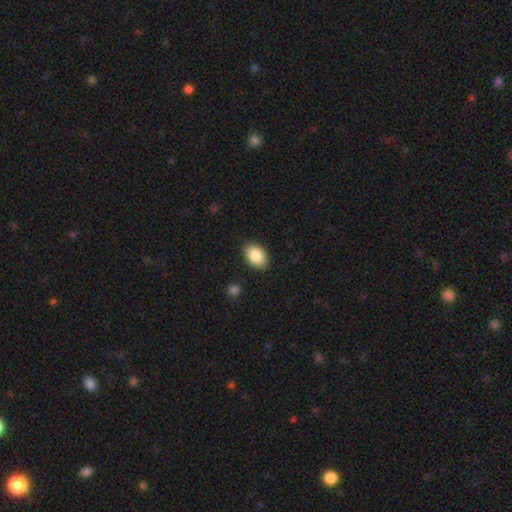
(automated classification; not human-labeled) Q: Smooth or featured?
A: smooth (86%); runner-up: featured or disk (7%)
Q: How rounded?
A: in between (86%); runner-up: round (13%)
Q: Merging?
A: none (87%); runner-up: minor disturbance (9%)